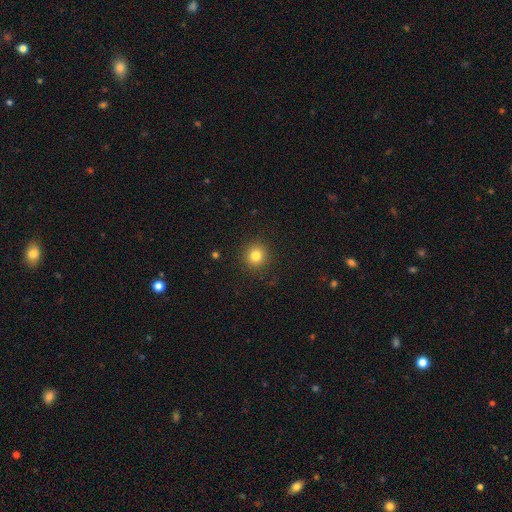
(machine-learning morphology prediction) Smooth or featured: smooth — 81% (star or artifact — 12%)
How rounded: round — 93% (in between — 7%)
Merging: none — 91% (minor disturbance — 6%)